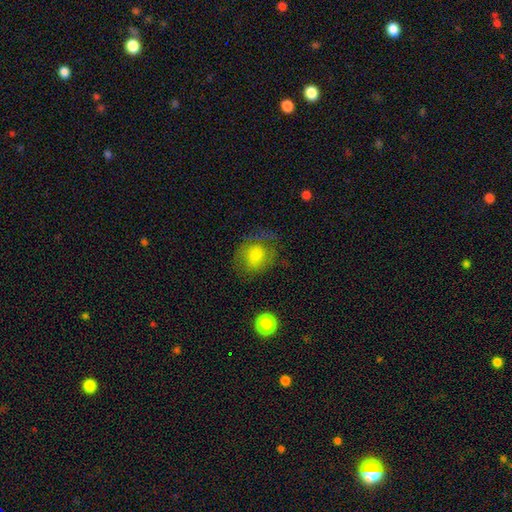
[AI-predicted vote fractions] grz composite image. It shows a smooth galaxy with no disk features (66%) that is round (62%). Merging: none (59%).